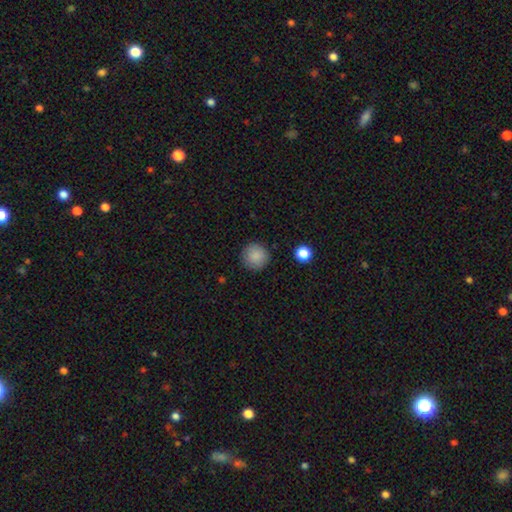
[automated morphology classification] Smooth or featured?
  - smooth: 87% *
  - star or artifact: 9%
  - featured or disk: 4%
How rounded?
  - round: 95% *
  - in between: 4%
  - cigar-shaped: 1%
Merging?
  - none: 89% *
  - minor disturbance: 7%
  - major disturbance: 2%
  - merger: 1%